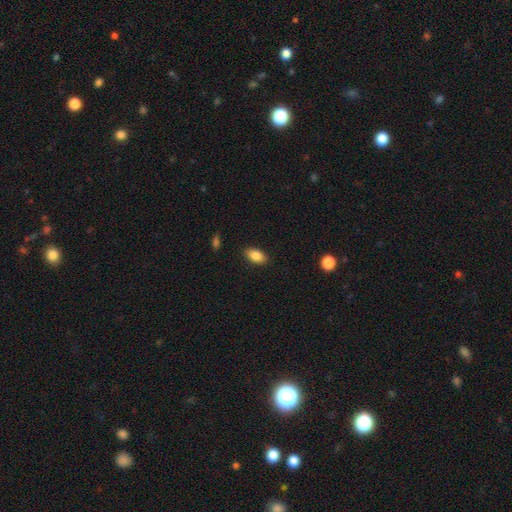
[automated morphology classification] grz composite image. It shows a smooth galaxy with no disk features (86%) that is in between round and cigar-shaped (91%). Merging: none (87%).